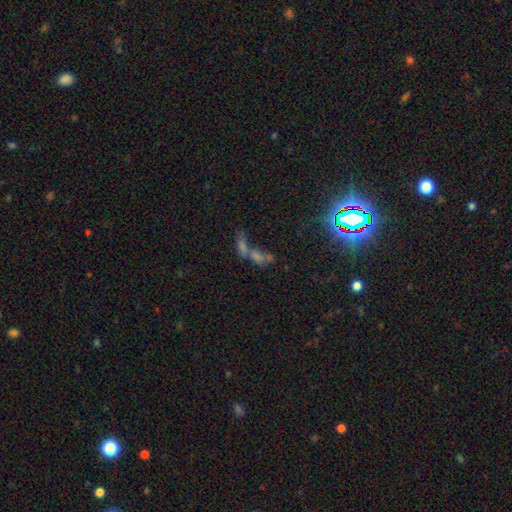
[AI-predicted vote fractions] The model was most divided on "smooth or featured": star or artifact: 40%, smooth: 35%, featured or disk: 25%.